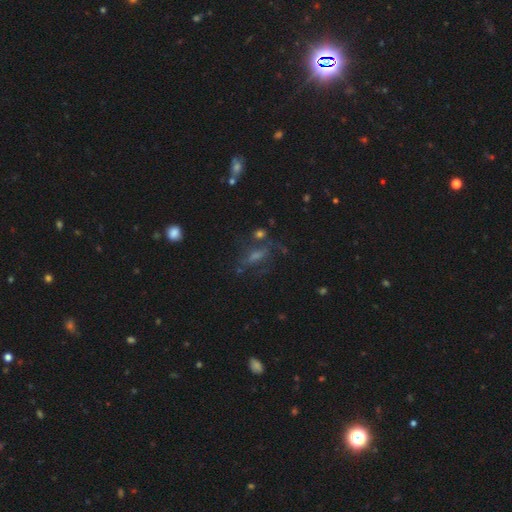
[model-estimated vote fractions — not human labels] A featured or disk galaxy (42%).

Vote fractions:
- Smooth or featured? featured or disk: 42% / smooth: 30% / star or artifact: 28%
- Merging? none: 59% / minor disturbance: 18% / major disturbance: 17% / merger: 6%